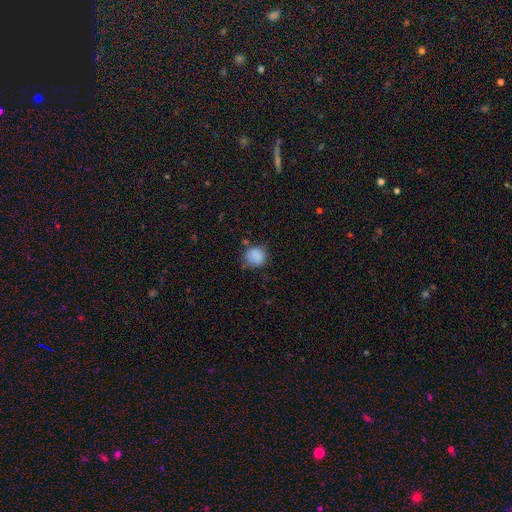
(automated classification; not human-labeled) This is clearly a smooth galaxy (86%). How rounded: clearly round (83%). Merging: likely none (67%).